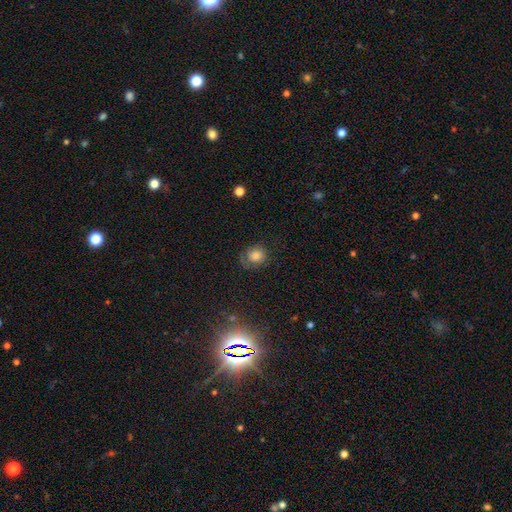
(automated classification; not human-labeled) Q: Smooth or featured?
A: smooth (71%); runner-up: featured or disk (18%)
Q: How rounded?
A: round (72%); runner-up: in between (26%)
Q: Merging?
A: none (63%); runner-up: minor disturbance (23%)